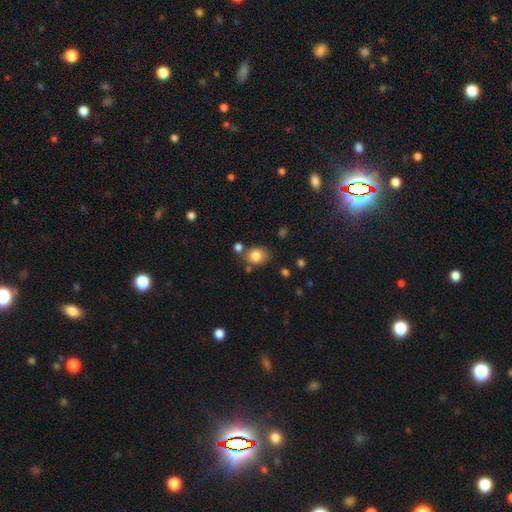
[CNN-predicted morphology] The model was most divided on "how rounded": round: 60%, in between: 39%, cigar-shaped: 1%. More confident: smooth or featured — smooth (83%); merging — none (68%).